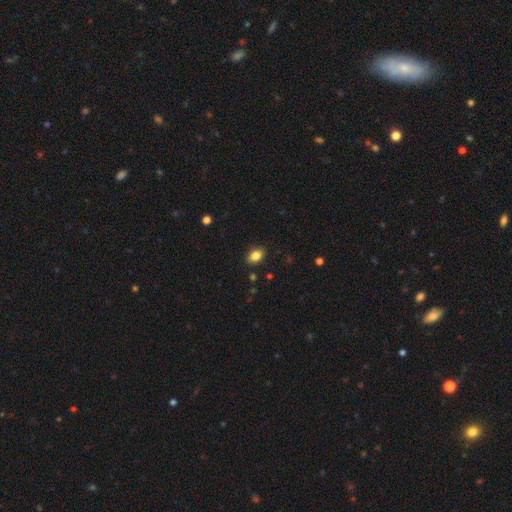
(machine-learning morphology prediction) This is clearly a smooth galaxy (84%). How rounded: likely in between (76%). Merging: clearly none (88%).